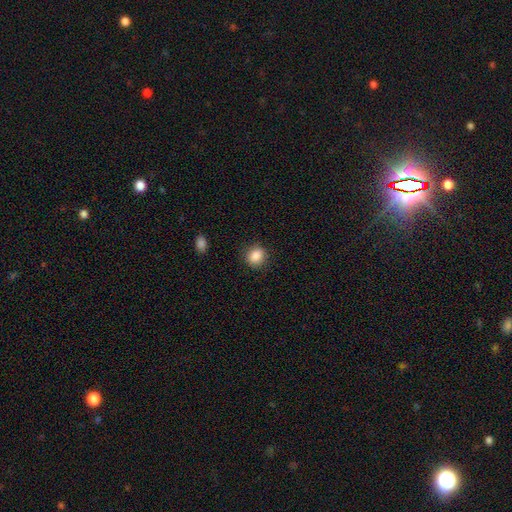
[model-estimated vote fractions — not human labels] Smooth or featured: smooth — 88% (star or artifact — 9%)
How rounded: round — 73% (in between — 26%)
Merging: none — 87% (minor disturbance — 9%)